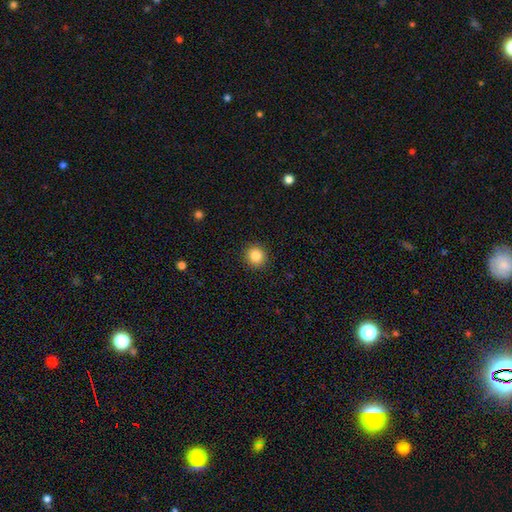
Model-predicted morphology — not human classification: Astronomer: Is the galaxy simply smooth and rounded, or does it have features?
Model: smooth — 86%.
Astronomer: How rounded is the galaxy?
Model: round — 93%.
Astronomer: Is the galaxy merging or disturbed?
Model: none — 92%.